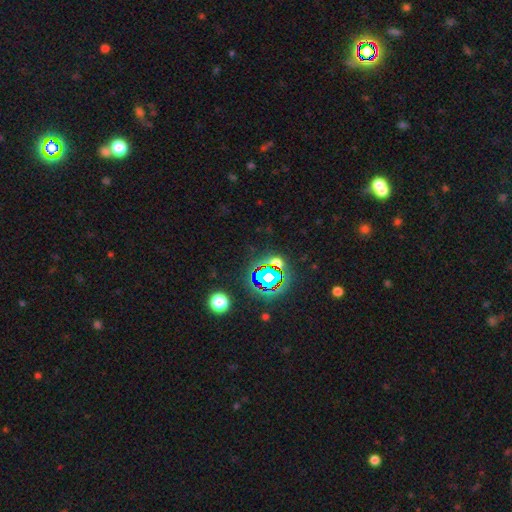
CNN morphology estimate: A star or artifact, not a galaxy (79%).

Vote fractions:
- Smooth or featured? star or artifact: 79% / smooth: 13% / featured or disk: 8%